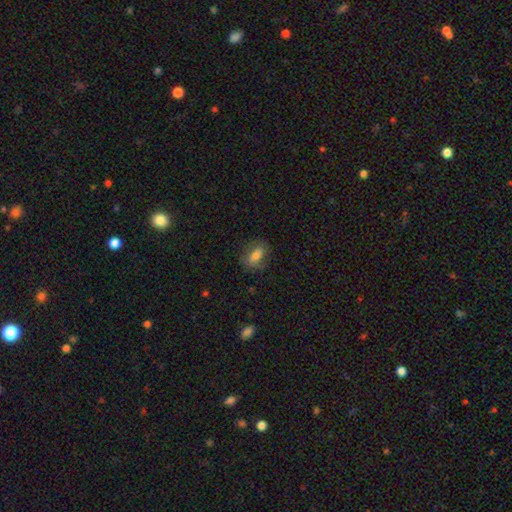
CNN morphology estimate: Smooth or featured? smooth (71%)
How rounded? in between (82%)
Merging? none (72%)